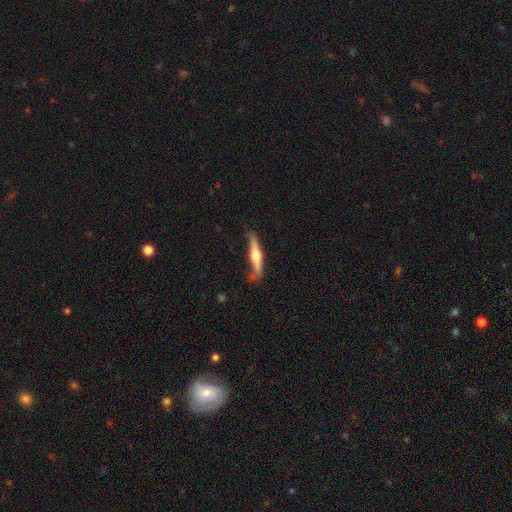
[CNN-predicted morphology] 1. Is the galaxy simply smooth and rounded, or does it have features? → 58% featured or disk, 37% smooth, 5% star or artifact.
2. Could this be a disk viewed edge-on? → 95% yes, 5% no.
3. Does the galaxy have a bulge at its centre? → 92% rounded, 4% boxy, 4% none.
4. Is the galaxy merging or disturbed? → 73% none, 19% minor disturbance, 5% major disturbance, 3% merger.